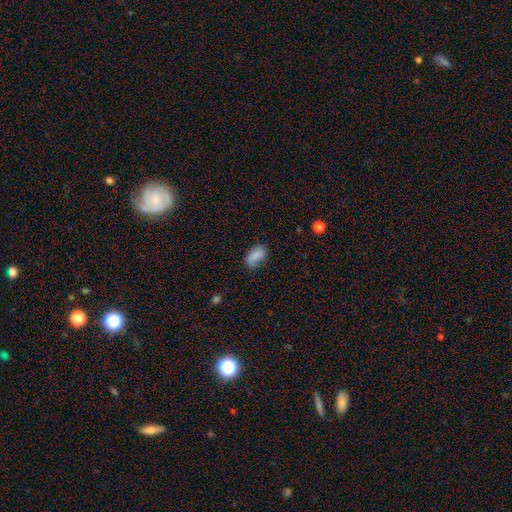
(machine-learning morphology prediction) Q: Smooth or featured?
A: smooth (81%); runner-up: featured or disk (10%)
Q: How rounded?
A: in between (90%); runner-up: round (7%)
Q: Merging?
A: none (61%); runner-up: minor disturbance (28%)